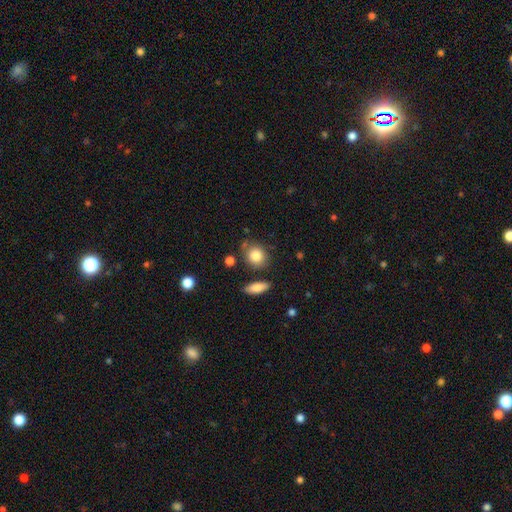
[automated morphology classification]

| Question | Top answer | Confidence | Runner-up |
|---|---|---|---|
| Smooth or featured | smooth | 84% | star or artifact (8%) |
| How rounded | round | 67% | in between (31%) |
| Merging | none | 73% | minor disturbance (15%) |